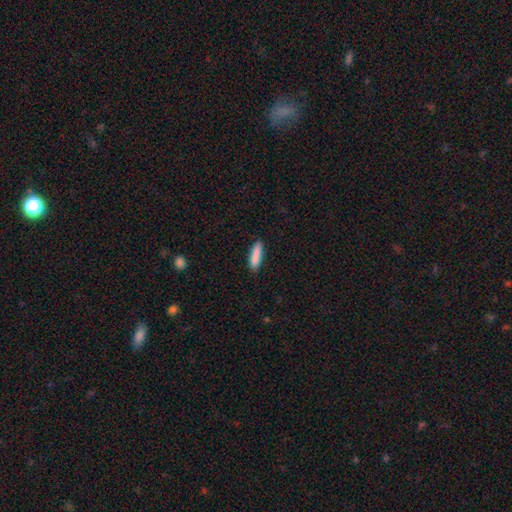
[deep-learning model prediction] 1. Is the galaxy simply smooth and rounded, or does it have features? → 87% smooth, 6% featured or disk, 6% star or artifact.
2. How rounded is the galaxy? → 74% cigar-shaped, 25% in between, 2% round.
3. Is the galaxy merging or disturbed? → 88% none, 9% minor disturbance, 2% major disturbance, 1% merger.